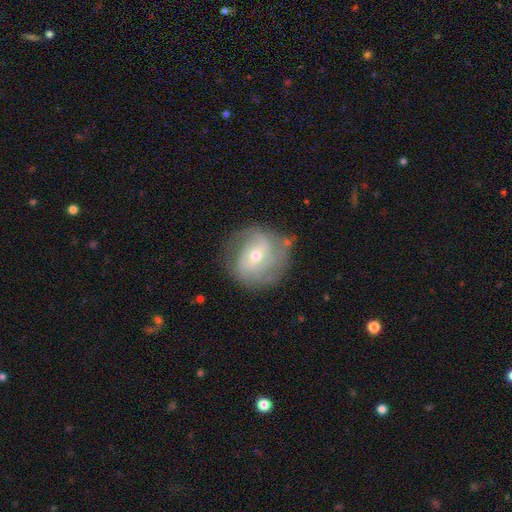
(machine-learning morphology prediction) Smooth or featured? featured or disk (77%)
Edge-on disk? no (97%)
Bar? weak (43%)
Spiral arms? yes (91%)
Spiral winding? tight (42%)
Spiral arm count? 2 (46%)
Bulge size? moderate (50%)
Merging? none (71%)